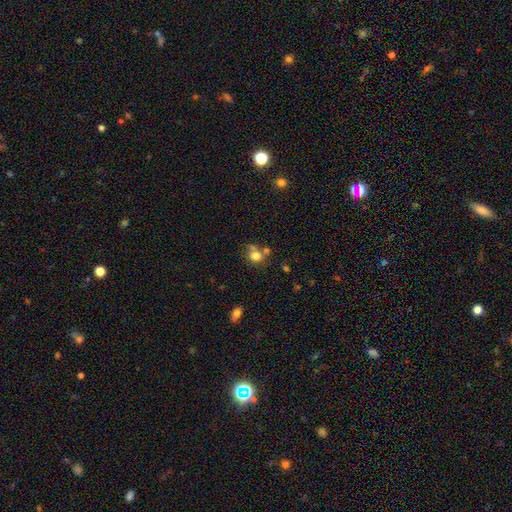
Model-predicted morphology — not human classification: smooth_or_featured: smooth (p=0.76) [alt: star or artifact p=0.13]
how_rounded: round (p=0.75) [alt: in between p=0.24]
merging: none (p=0.51) [alt: merger p=0.31]